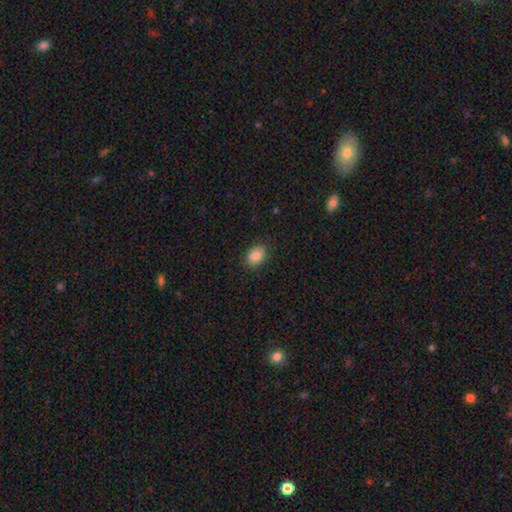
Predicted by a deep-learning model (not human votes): Q: Smooth or featured?
A: smooth (88%); runner-up: star or artifact (8%)
Q: How rounded?
A: in between (80%); runner-up: round (18%)
Q: Merging?
A: none (87%); runner-up: minor disturbance (9%)